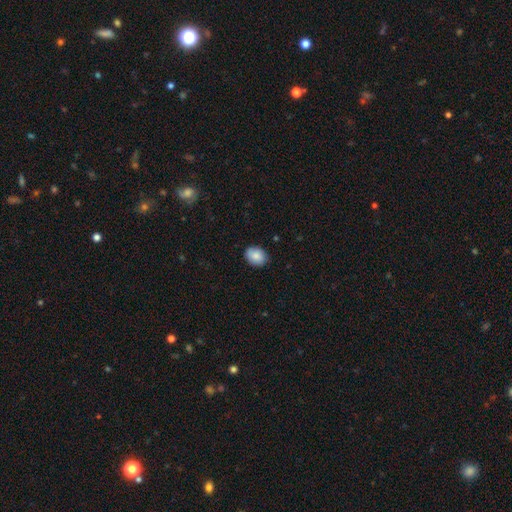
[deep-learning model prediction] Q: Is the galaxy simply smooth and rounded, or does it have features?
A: smooth — 85%.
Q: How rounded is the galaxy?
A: in between — 66%.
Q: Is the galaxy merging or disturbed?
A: none — 84%.